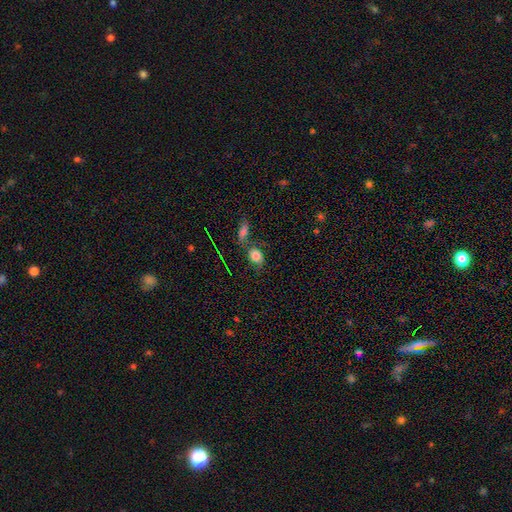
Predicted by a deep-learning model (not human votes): Smooth or featured? Predicted: smooth (p=0.74). How rounded? Predicted: in between (p=0.53). Merging? Predicted: none (p=0.50).